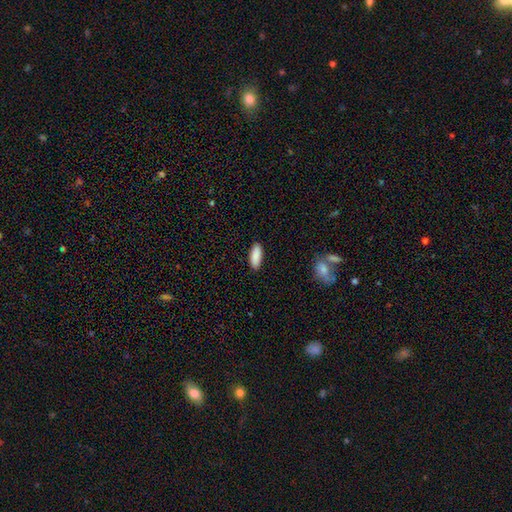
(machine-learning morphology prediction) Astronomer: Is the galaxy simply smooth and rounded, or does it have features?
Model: smooth — 90%.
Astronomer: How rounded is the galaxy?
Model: in between — 75%.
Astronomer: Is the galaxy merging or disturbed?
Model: none — 89%.